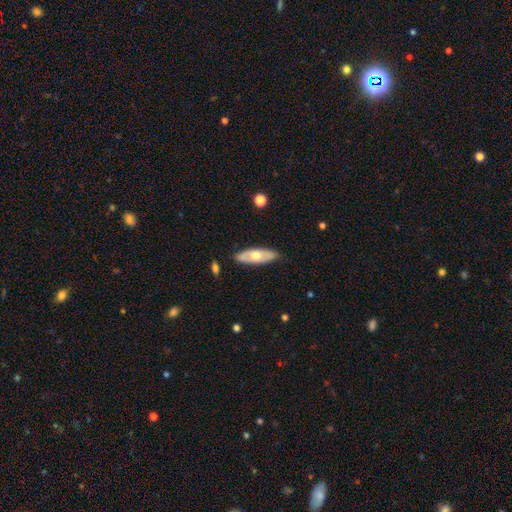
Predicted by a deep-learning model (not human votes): smooth-or-featured: smooth: 51% | featured or disk: 43% | star or artifact: 5%
  how-rounded: in between: 70% | cigar-shaped: 27% | round: 2%
  merging: none: 82% | minor disturbance: 14% | major disturbance: 2% | merger: 1%